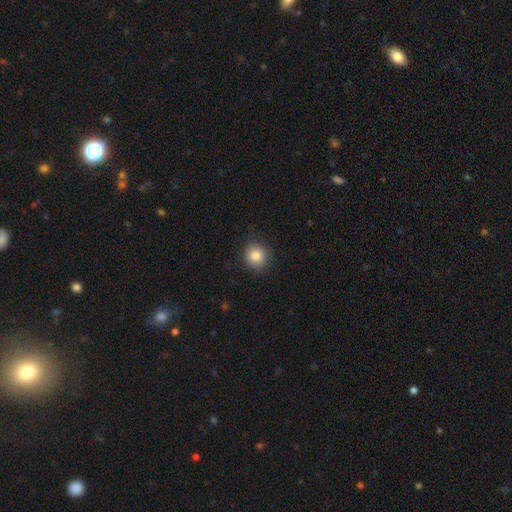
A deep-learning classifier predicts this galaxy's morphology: Smooth or featured? Predicted: smooth (p=0.85). How rounded? Predicted: round (p=0.88). Merging? Predicted: none (p=0.86).